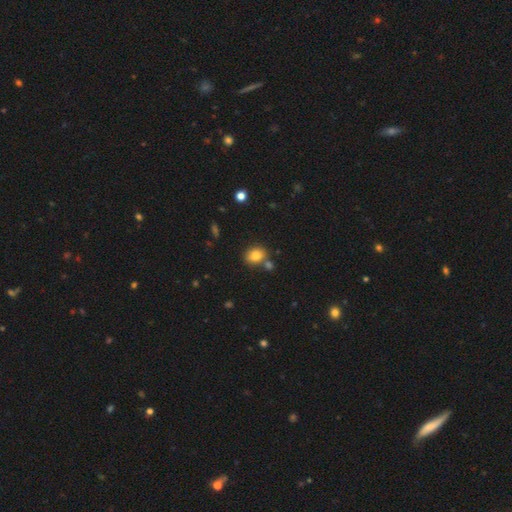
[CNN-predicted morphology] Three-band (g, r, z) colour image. It shows a smooth galaxy with no disk features (82%) that is in between round and cigar-shaped (50%). Merging: none (68%).